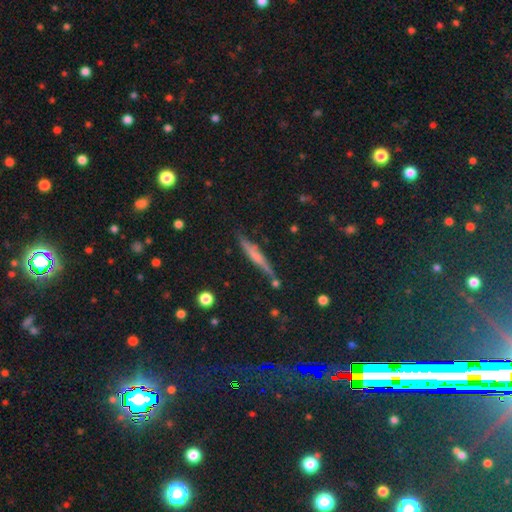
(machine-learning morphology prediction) Smooth or featured?
  - featured or disk: 49% *
  - smooth: 39%
  - star or artifact: 13%
Merging?
  - none: 80% *
  - minor disturbance: 13%
  - merger: 4%
  - major disturbance: 3%